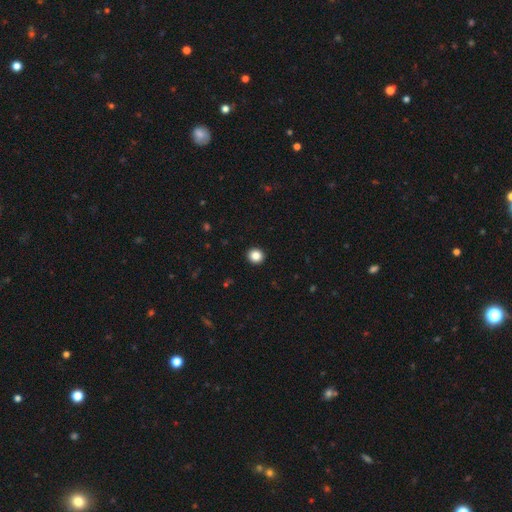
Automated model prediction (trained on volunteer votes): smooth 85%, star or artifact 11%, featured or disk 4%. Down the decision tree: how rounded — round (90%); merging — none (93%).